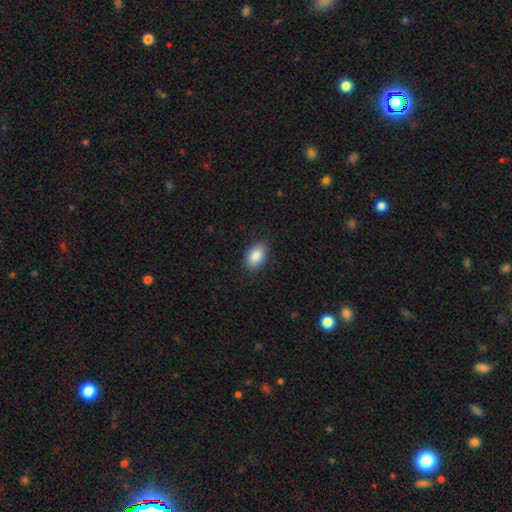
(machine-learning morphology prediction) Q: Smooth or featured?
A: smooth (88%); runner-up: star or artifact (7%)
Q: How rounded?
A: in between (89%); runner-up: round (10%)
Q: Merging?
A: none (86%); runner-up: minor disturbance (10%)